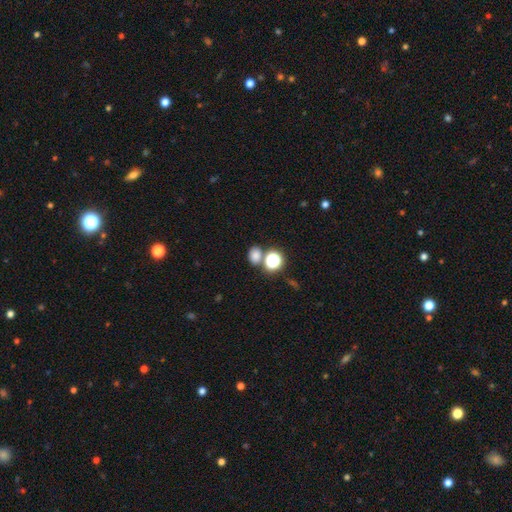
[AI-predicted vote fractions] A smooth galaxy with no disk features (74%) that is round (53%). Merging: none (68%).